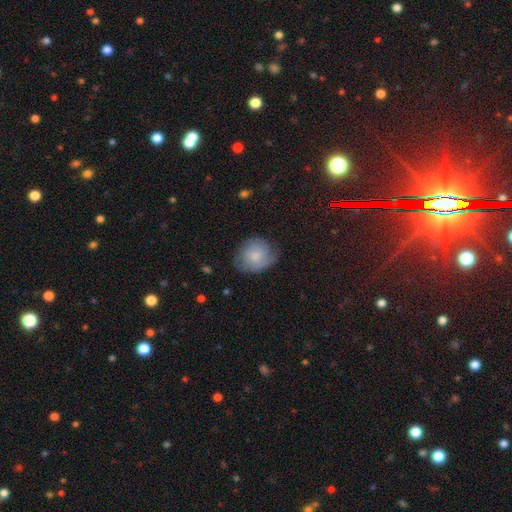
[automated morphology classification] Overall: smooth (66%; featured or disk 28%). How rounded: round (62%; in between 37%). Merging: none (61%; minor disturbance 28%).